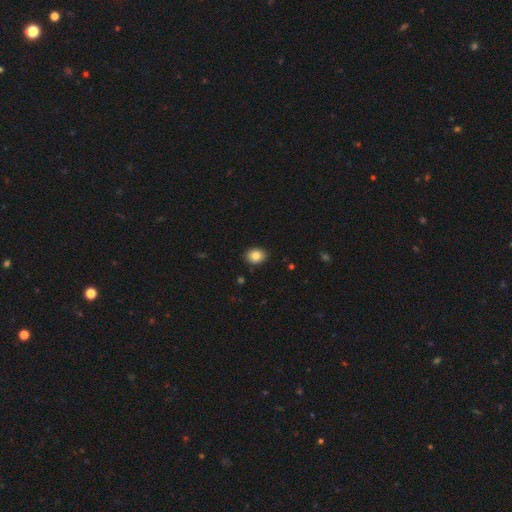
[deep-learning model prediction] This is clearly a smooth galaxy (85%). How rounded: possibly round (50%). Merging: clearly none (88%).